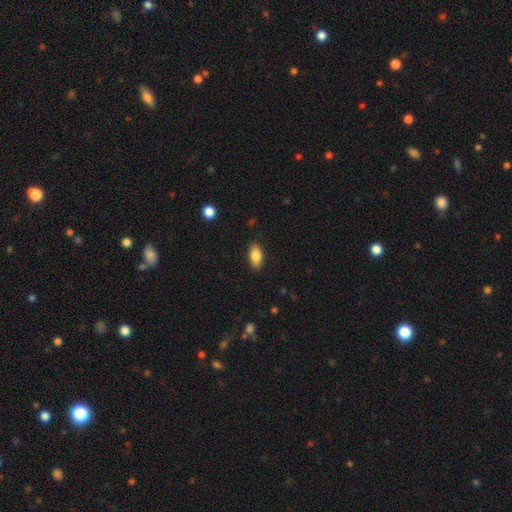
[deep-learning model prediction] This appears to be a smooth galaxy with no disk features (85%) that is in between round and cigar-shaped (90%). Merging: none (88%).